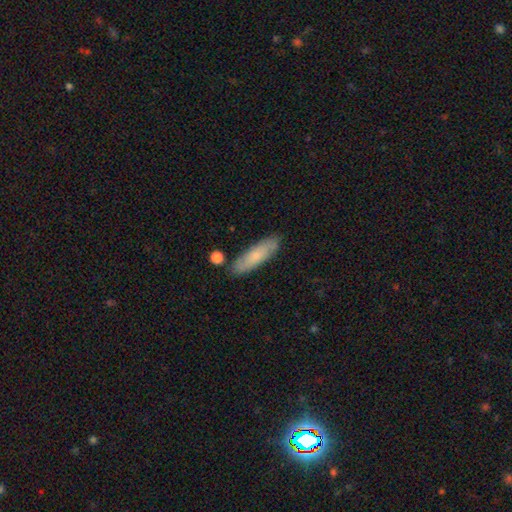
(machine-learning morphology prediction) type=smooth (74%); roundness=cigar-shaped (62%); merging=none (82%).